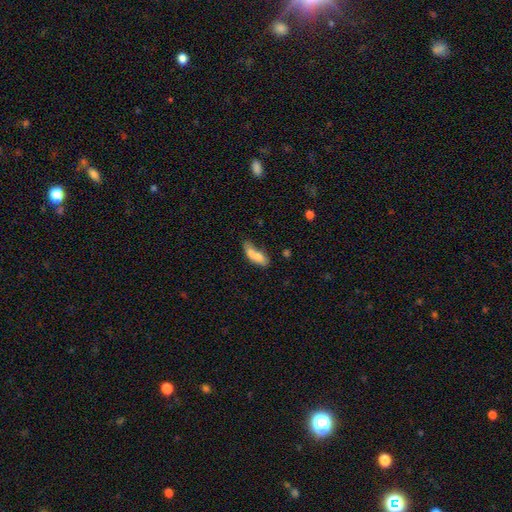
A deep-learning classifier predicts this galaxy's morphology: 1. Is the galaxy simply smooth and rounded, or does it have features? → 71% smooth, 21% featured or disk, 8% star or artifact.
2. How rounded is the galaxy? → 67% in between, 30% cigar-shaped, 3% round.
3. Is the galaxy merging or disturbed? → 34% merger, 29% none, 21% minor disturbance, 15% major disturbance.